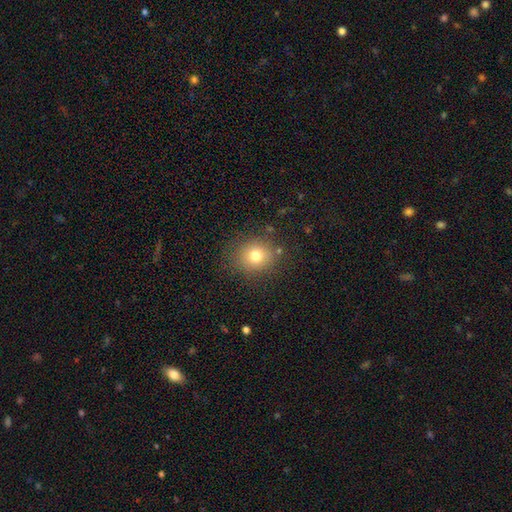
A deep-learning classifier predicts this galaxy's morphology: This is likely a smooth galaxy (77%). How rounded: likely round (77%). Merging: clearly none (83%).